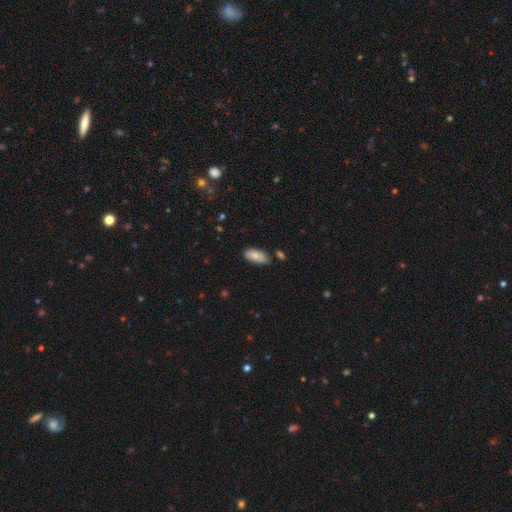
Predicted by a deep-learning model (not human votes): This appears to be a smooth galaxy with no disk features (79%) that is in between round and cigar-shaped (90%). Merging: none (70%).